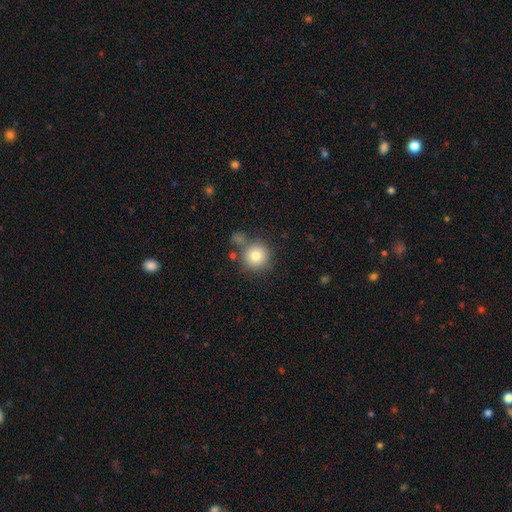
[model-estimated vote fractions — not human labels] Smooth or featured: smooth — 80% (star or artifact — 10%)
How rounded: round — 93% (in between — 6%)
Merging: none — 70% (merger — 13%)